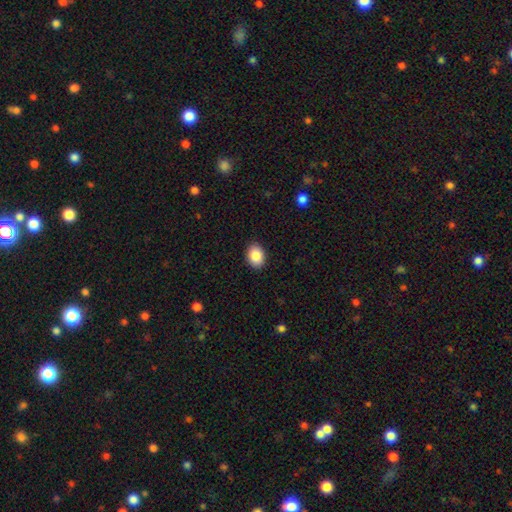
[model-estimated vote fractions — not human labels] Overall: smooth (88%). How rounded: in between (72%). Merging: none (90%).